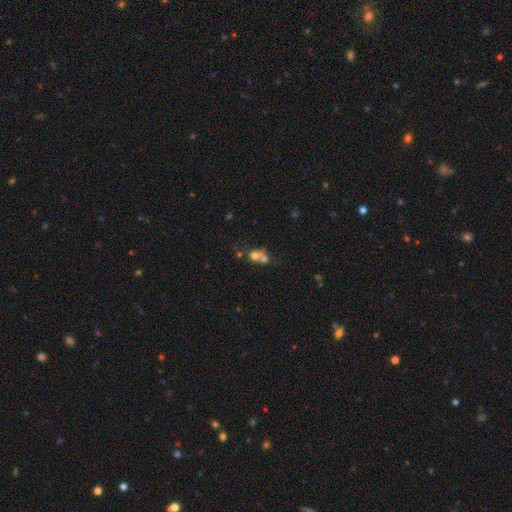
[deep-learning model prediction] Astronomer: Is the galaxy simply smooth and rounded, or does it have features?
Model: smooth — 63%.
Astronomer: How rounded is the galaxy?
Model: round — 75%.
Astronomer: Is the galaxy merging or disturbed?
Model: merger — 60%.